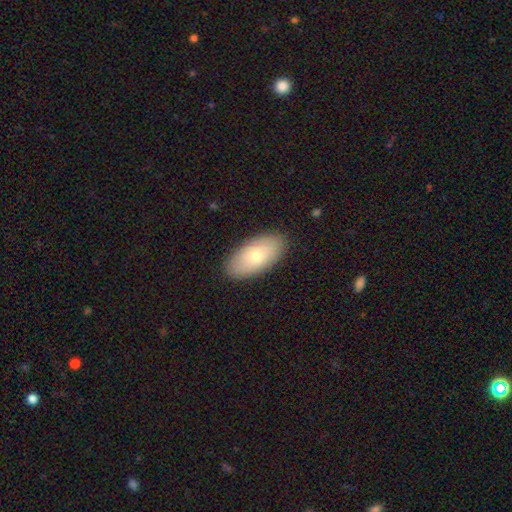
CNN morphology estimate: smooth 74%, featured or disk 20%, star or artifact 6%. Down the decision tree: how rounded — in between (93%); merging — none (89%).